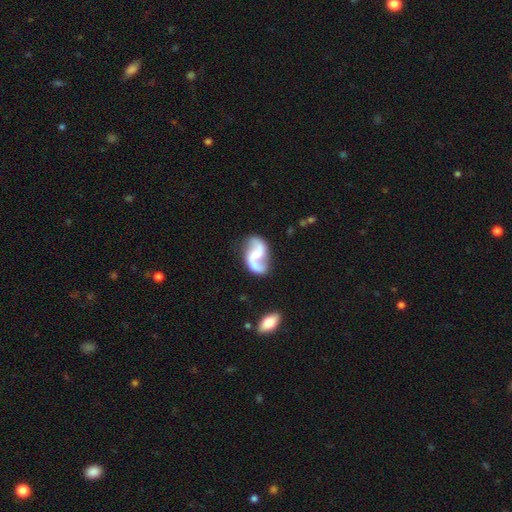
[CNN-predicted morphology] This is clearly a featured or disk galaxy (85%). It is clearly not viewed edge-on (98%). Bar: marginally weak (38%). Spiral arm pattern: clearly yes (94%). Spiral arm count: clearly 2 (91%). Spiral winding: likely loose (65%). Central bulge: possibly none (51%). Merging: likely none (62%).